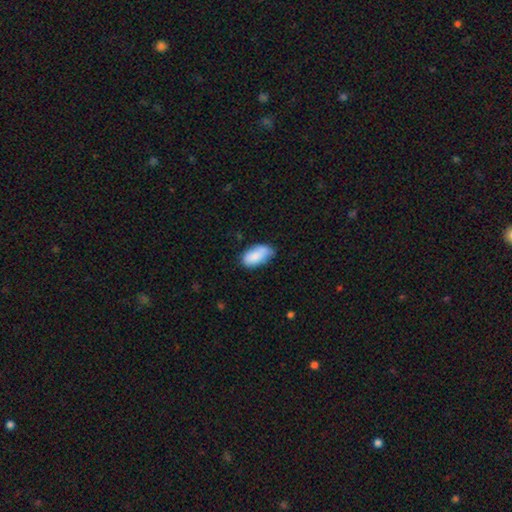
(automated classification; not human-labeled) Morphology: type=smooth (82%); roundness=in between (94%); merging=none (55%).